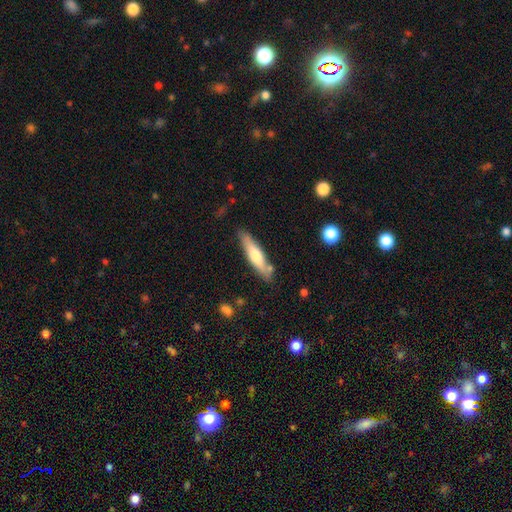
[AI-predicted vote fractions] Smooth or featured: smooth — 57% (featured or disk — 37%)
How rounded: cigar-shaped — 80% (in between — 19%)
Merging: none — 79% (minor disturbance — 13%)